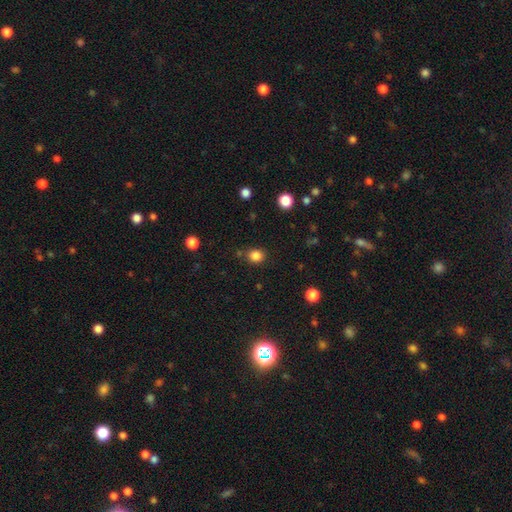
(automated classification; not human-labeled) The model was most divided on "how rounded": round: 74%, in between: 25%, cigar-shaped: 1%. More confident: smooth or featured — smooth (84%); merging — none (83%).